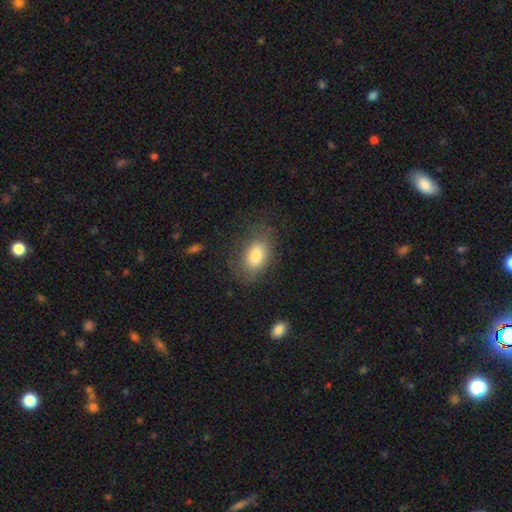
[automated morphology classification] This appears to be a smooth galaxy with no disk features (80%) that is in between round and cigar-shaped (88%). Merging: none (72%).